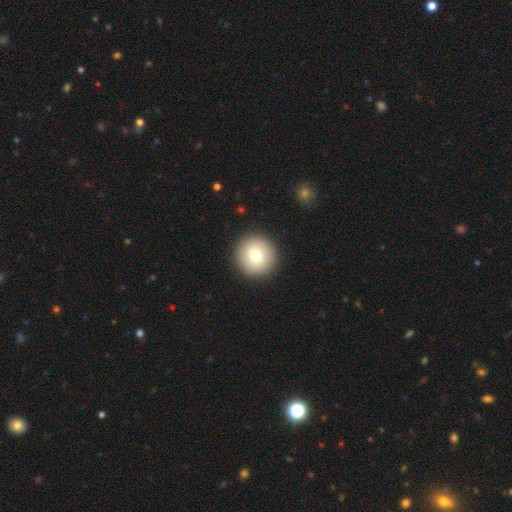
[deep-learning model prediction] Morphology: type=smooth (76%); roundness=round (95%); merging=none (92%).